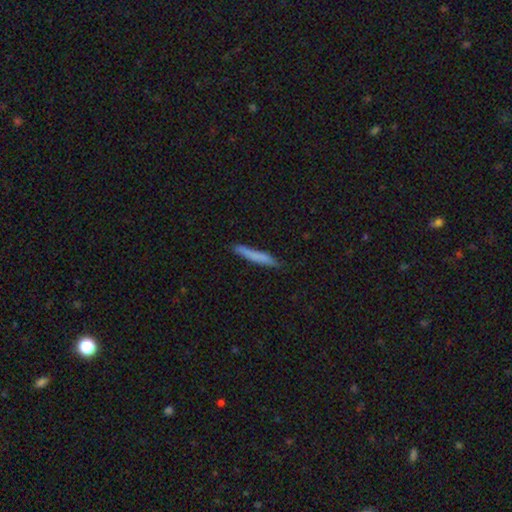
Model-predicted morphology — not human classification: Smooth or featured?
  - smooth: 75% *
  - featured or disk: 19%
  - star or artifact: 6%
How rounded?
  - cigar-shaped: 95% *
  - in between: 4%
  - round: 1%
Merging?
  - none: 85% *
  - minor disturbance: 12%
  - major disturbance: 2%
  - merger: 2%